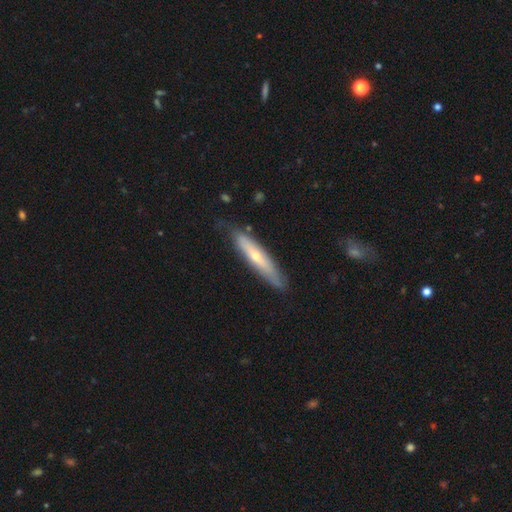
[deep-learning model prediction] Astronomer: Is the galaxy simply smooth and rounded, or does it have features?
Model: featured or disk — 51% (runner-up: smooth, 43%).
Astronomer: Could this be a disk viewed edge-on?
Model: yes — 72%.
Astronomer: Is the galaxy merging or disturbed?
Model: none — 77%.